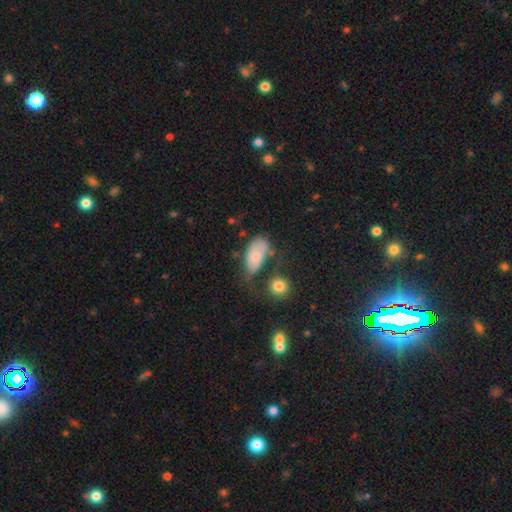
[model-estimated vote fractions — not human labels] smooth_or_featured: smooth (p=0.75) [alt: featured or disk p=0.17]
how_rounded: in between (p=0.92) [alt: round p=0.05]
merging: none (p=0.37) [alt: minor disturbance p=0.30]